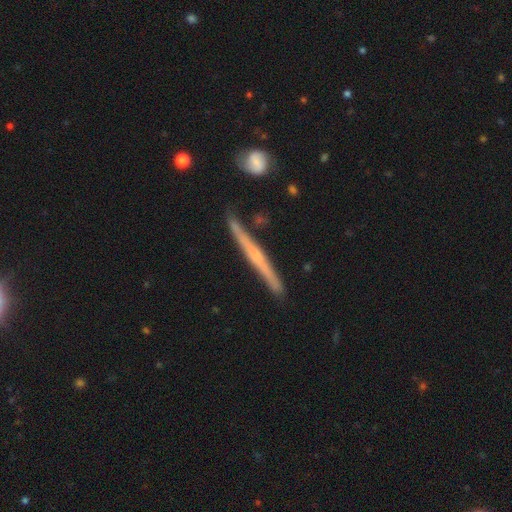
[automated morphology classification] smooth_or_featured: featured or disk (p=0.67) [alt: smooth p=0.27]
disk_edge_on: yes (p=0.97) [alt: no p=0.03]
edge_on_bulge: none (p=0.53) [alt: rounded p=0.37]
merging: none (p=0.85) [alt: minor disturbance p=0.11]